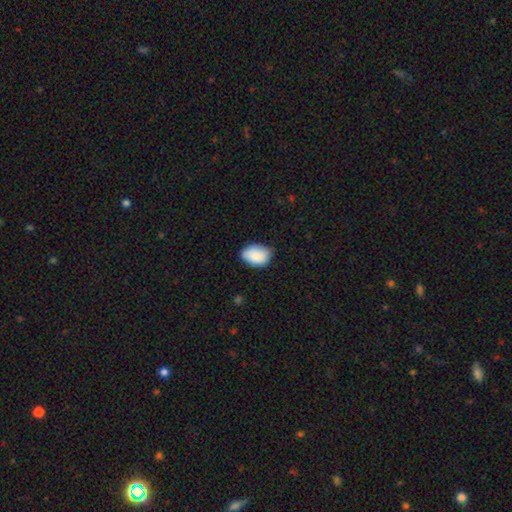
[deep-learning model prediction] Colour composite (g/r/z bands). It shows a smooth galaxy with no disk features (89%) that is in between round and cigar-shaped (85%). Merging: none (70%).